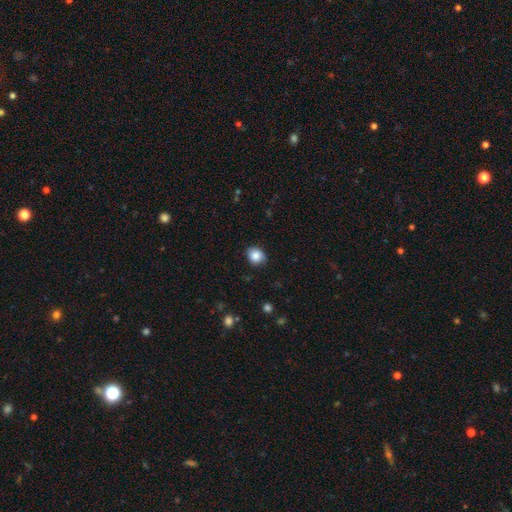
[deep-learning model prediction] This is clearly a smooth galaxy (86%). How rounded: likely round (69%). Merging: clearly none (86%).